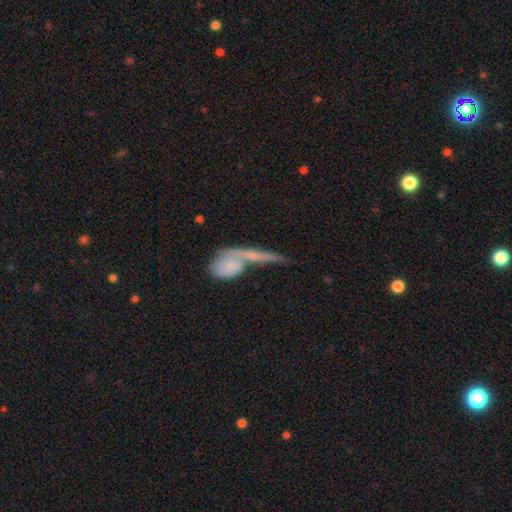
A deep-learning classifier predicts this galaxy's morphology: Smooth or featured: smooth — 49% (featured or disk — 43%)
Merging: merger — 51% (none — 30%)